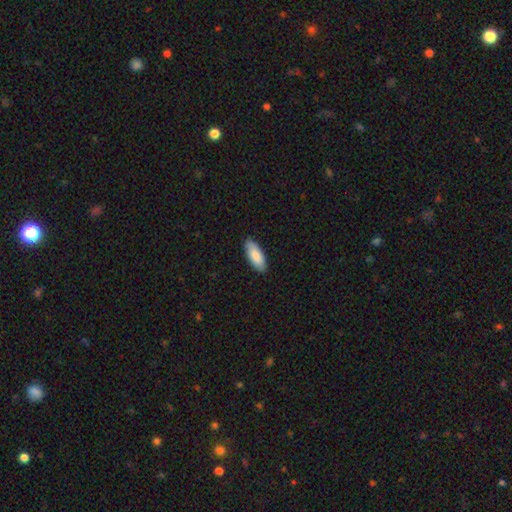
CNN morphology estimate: Overall: smooth (87%). How rounded: in between (79%). Merging: none (89%).